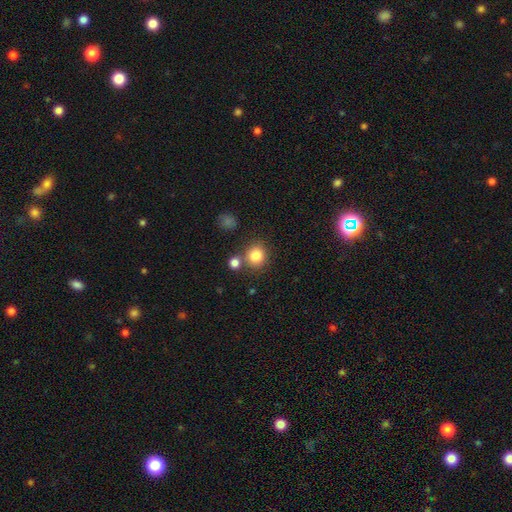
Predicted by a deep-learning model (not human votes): The model was most divided on "merging": none: 72%, merger: 15%, minor disturbance: 10%, major disturbance: 4%. More confident: how rounded — round (83%); smooth or featured — smooth (83%).